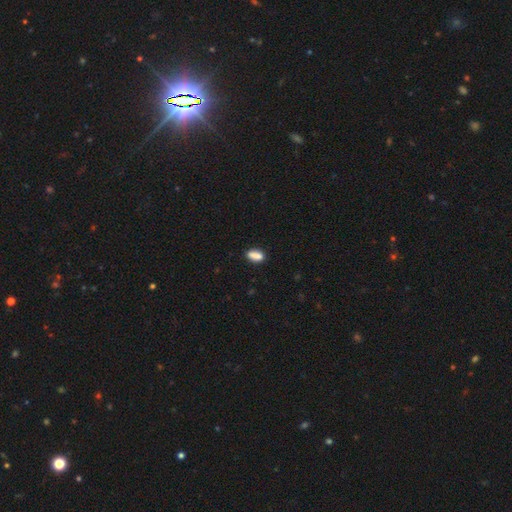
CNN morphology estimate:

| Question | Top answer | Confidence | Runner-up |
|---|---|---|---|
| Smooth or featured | smooth | 85% | star or artifact (9%) |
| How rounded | in between | 76% | cigar-shaped (18%) |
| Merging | none | 81% | minor disturbance (13%) |